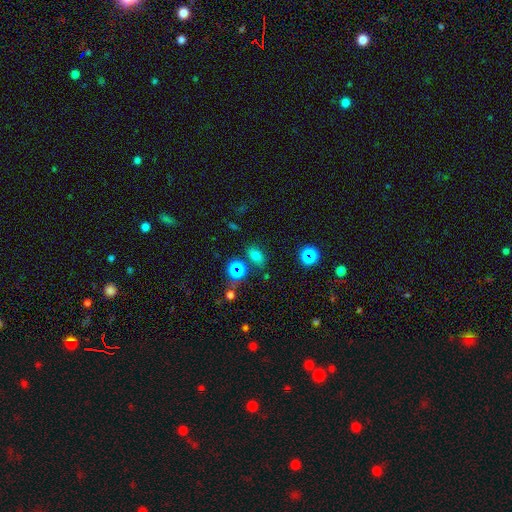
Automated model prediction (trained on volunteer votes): Q: Smooth or featured?
A: smooth (67%); runner-up: star or artifact (23%)
Q: How rounded?
A: in between (75%); runner-up: round (22%)
Q: Merging?
A: none (76%); runner-up: minor disturbance (12%)